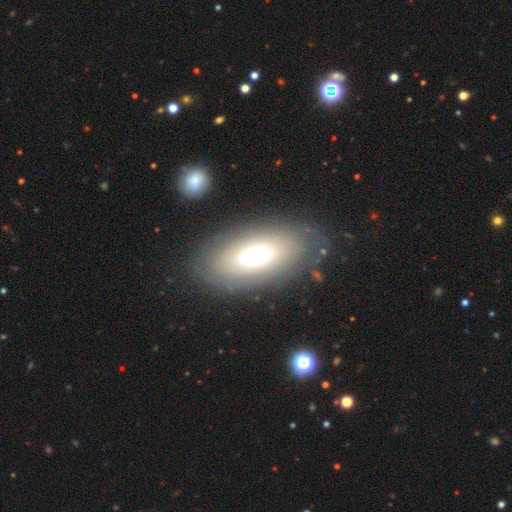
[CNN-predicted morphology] Smooth or featured? Predicted: smooth (p=0.59). How rounded? Predicted: in between (p=0.88). Merging? Predicted: none (p=0.78).